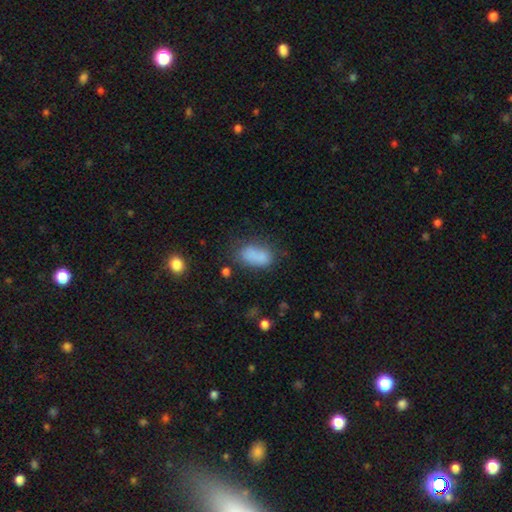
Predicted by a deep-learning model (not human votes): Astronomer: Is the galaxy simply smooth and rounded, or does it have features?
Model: smooth — 79%.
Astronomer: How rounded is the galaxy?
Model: in between — 89%.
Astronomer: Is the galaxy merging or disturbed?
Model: none — 50%.